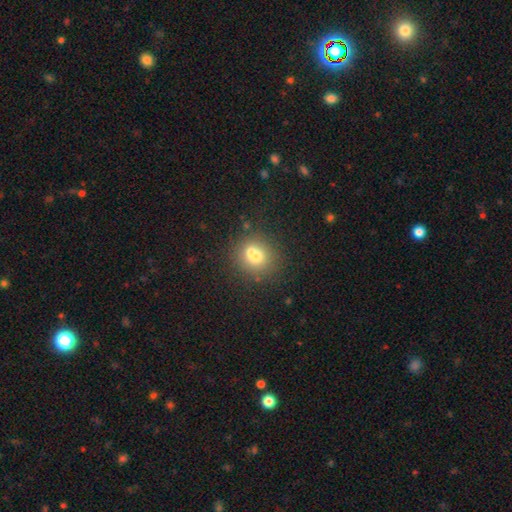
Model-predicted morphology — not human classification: Smooth or featured: smooth — 69% (featured or disk — 19%)
How rounded: round — 73% (in between — 26%)
Merging: none — 55% (merger — 27%)